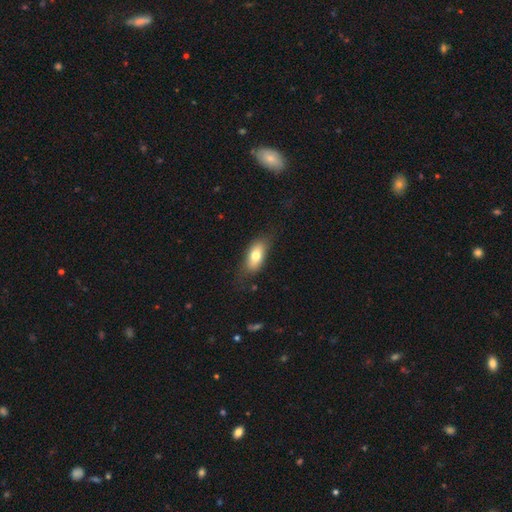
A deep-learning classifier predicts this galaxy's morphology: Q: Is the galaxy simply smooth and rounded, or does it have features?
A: smooth — 73%.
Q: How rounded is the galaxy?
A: in between — 86%.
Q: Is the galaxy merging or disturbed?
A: none — 72%.